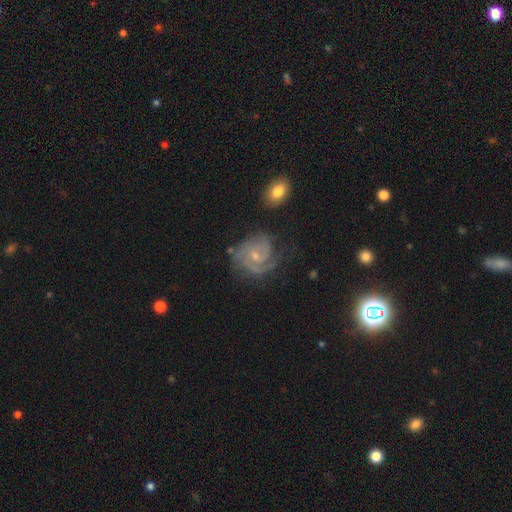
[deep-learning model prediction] Morphology: type=featured or disk (87%); edge-on=no (98%); bar=no (59%); spiral arms=yes (97%); winding=tight (59%); arm count=2 (41%); bulge=small (64%); merging=none (65%).